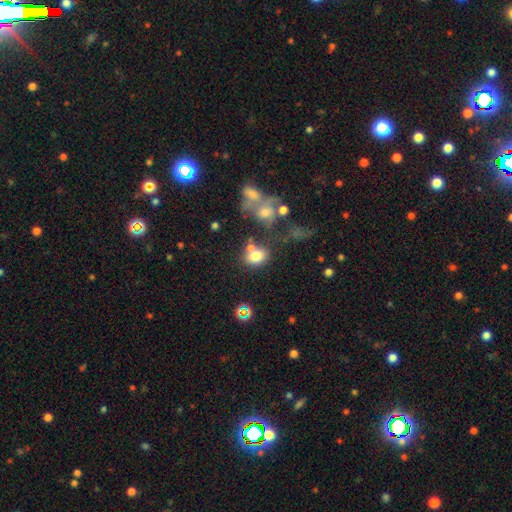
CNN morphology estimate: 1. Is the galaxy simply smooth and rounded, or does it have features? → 75% smooth, 13% star or artifact, 13% featured or disk.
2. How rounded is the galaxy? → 59% in between, 39% round, 1% cigar-shaped.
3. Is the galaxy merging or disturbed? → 47% none, 30% merger, 15% minor disturbance, 8% major disturbance.